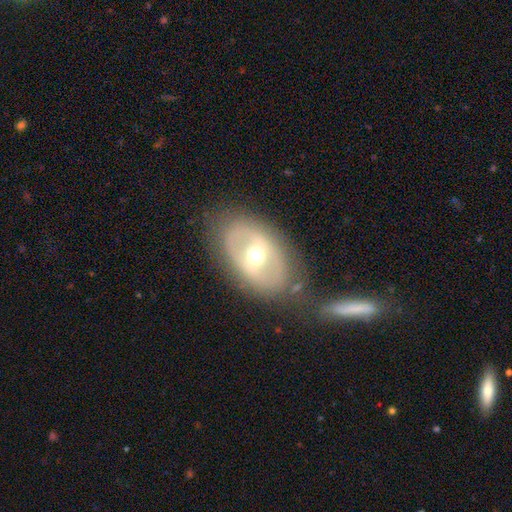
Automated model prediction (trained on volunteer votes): The model was most divided on "bar": weak: 35%, strong: 33%, no: 32%. More confident: edge-on disk — no (92%); merging — none (70%); spiral arms — no (69%); bulge size — moderate (69%); smooth or featured — featured or disk (64%).